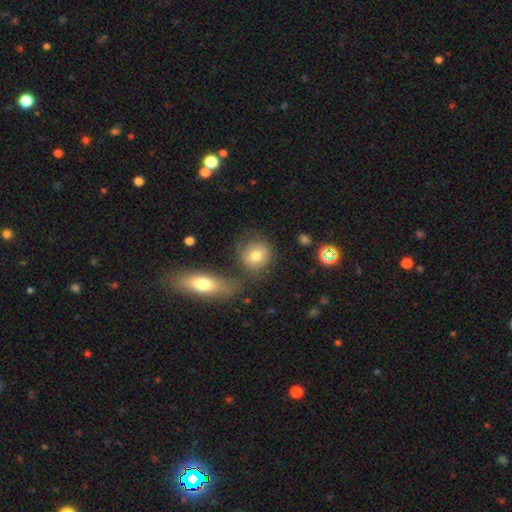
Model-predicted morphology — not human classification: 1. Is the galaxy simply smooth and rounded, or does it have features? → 74% smooth, 16% featured or disk, 10% star or artifact.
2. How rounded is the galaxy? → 80% round, 19% in between, 1% cigar-shaped.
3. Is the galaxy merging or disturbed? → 66% none, 14% minor disturbance, 13% merger, 7% major disturbance.